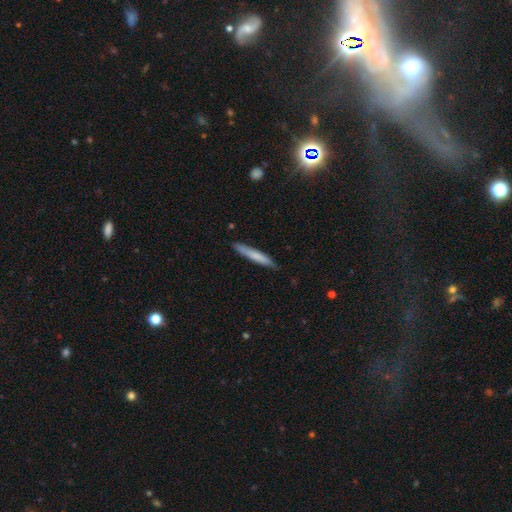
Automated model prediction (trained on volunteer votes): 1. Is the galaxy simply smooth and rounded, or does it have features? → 72% smooth, 23% featured or disk, 5% star or artifact.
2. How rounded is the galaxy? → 94% cigar-shaped, 4% in between, 1% round.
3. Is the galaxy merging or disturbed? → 85% none, 12% minor disturbance, 2% major disturbance, 1% merger.